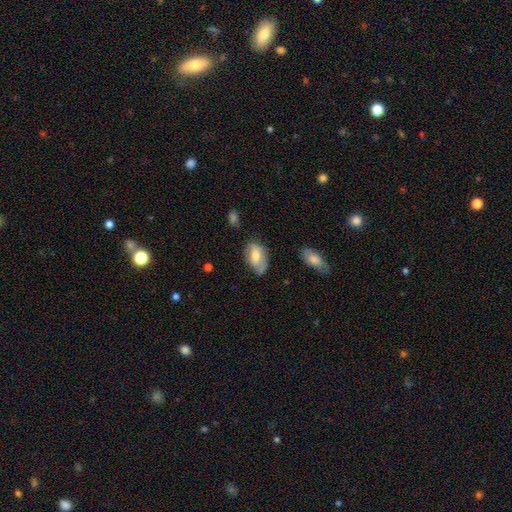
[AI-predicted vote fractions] smooth_or_featured: smooth (p=0.59) [alt: featured or disk p=0.34]
how_rounded: in between (p=0.92) [alt: round p=0.05]
merging: none (p=0.58) [alt: minor disturbance p=0.31]